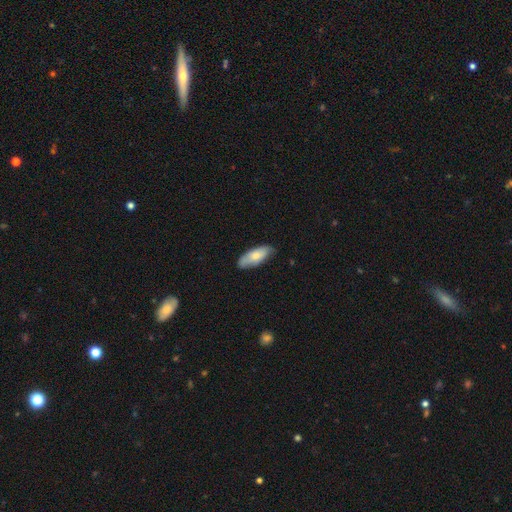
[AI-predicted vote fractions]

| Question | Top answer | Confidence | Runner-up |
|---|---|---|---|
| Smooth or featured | smooth | 69% | featured or disk (26%) |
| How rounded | in between | 78% | cigar-shaped (20%) |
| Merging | none | 75% | minor disturbance (21%) |